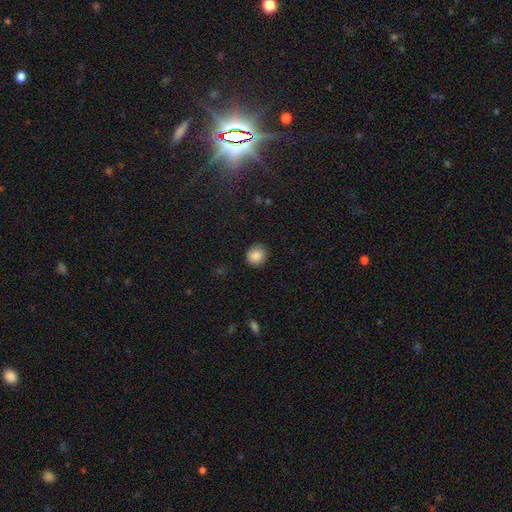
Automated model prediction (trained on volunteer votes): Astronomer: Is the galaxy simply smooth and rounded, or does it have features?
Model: smooth — 87%.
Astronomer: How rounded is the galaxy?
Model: round — 86%.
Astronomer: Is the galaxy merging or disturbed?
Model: none — 87%.